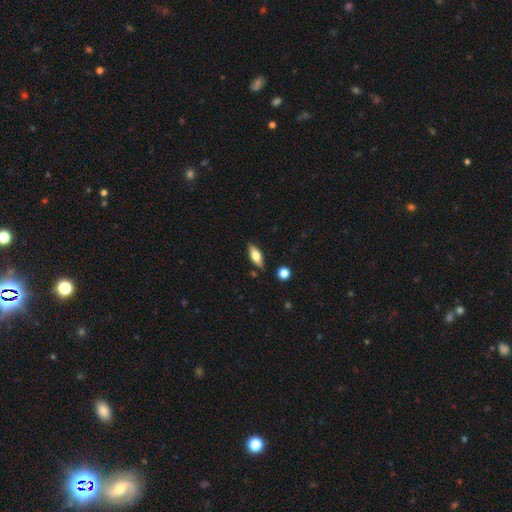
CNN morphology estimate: Overall: smooth (66%; featured or disk 27%). How rounded: in between (75%). Merging: none (82%).